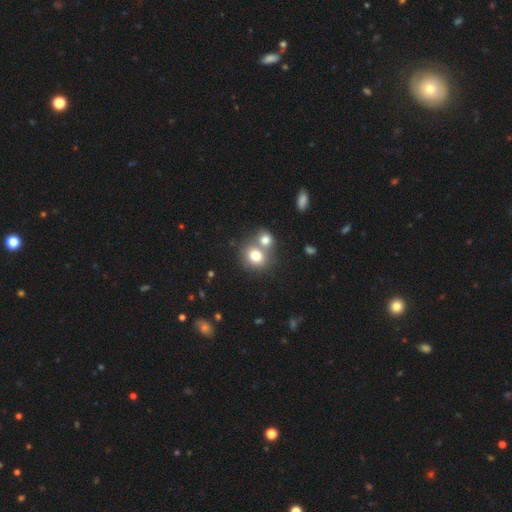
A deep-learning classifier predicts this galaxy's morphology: This is likely a smooth galaxy (76%). How rounded: likely round (65%). Merging: possibly merger (51%).